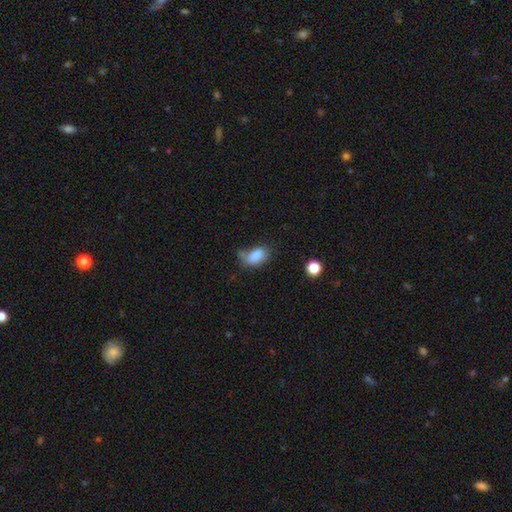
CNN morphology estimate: Q: Smooth or featured?
A: smooth (82%); runner-up: star or artifact (9%)
Q: How rounded?
A: in between (89%); runner-up: round (9%)
Q: Merging?
A: none (45%); runner-up: minor disturbance (30%)